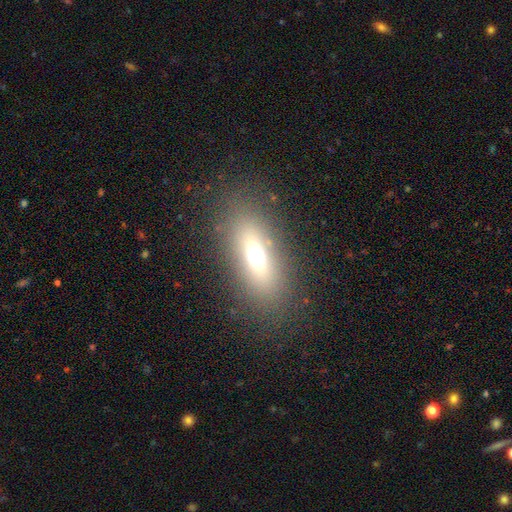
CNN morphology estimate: smooth 59%, featured or disk 26%, star or artifact 15%. Down the decision tree: how rounded — in between (69%); merging — none (82%).